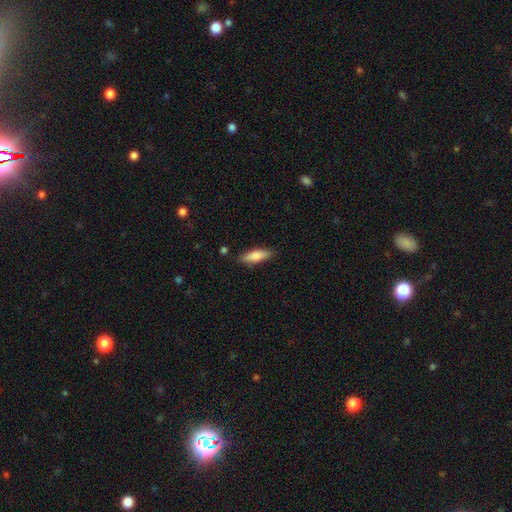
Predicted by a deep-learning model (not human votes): The model was most divided on "how rounded": cigar-shaped: 52%, in between: 46%, round: 2%. More confident: merging — none (86%); smooth or featured — smooth (79%).